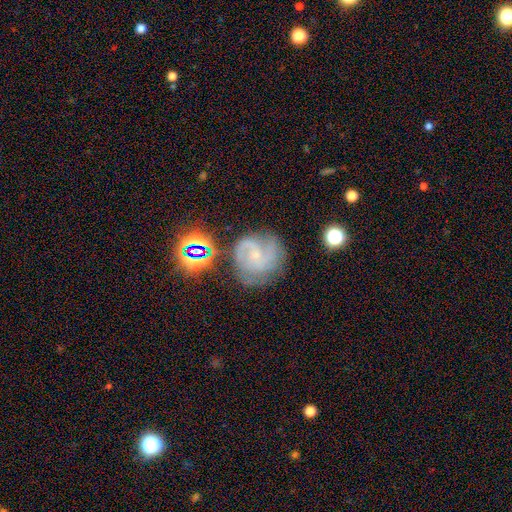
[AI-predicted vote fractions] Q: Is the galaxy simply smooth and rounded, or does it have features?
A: featured or disk — 75%.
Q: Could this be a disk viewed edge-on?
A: no — 98%.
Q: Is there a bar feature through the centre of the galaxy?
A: no — 57%.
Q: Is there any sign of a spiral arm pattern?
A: yes — 94%.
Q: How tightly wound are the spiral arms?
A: medium — 48%.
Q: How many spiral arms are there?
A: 2 — 42%.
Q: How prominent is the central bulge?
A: small — 74%.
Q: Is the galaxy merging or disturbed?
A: none — 61%.